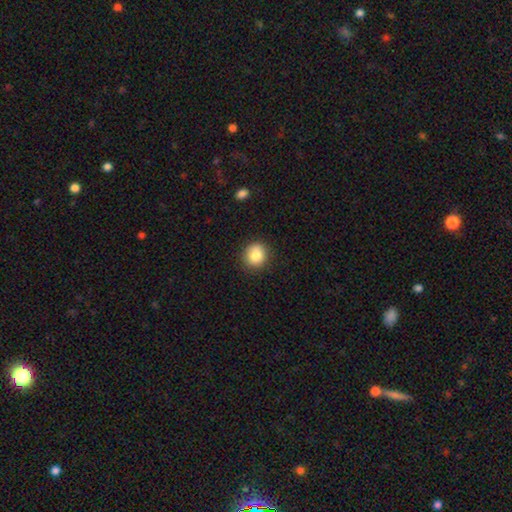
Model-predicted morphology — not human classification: Smooth or featured? smooth (84%)
How rounded? round (85%)
Merging? none (88%)